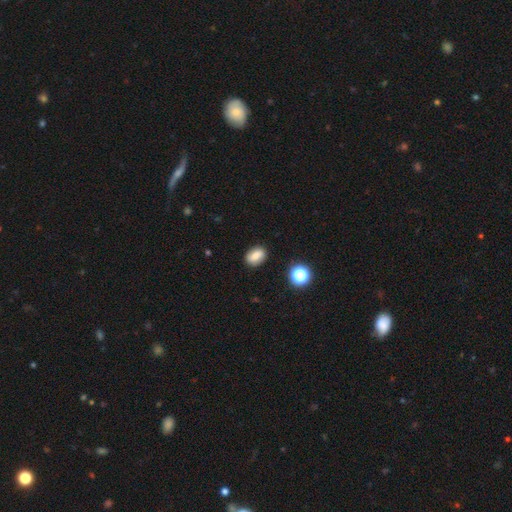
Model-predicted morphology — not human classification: The model was most divided on "how rounded": in between: 77%, round: 21%, cigar-shaped: 2%. More confident: merging — none (86%); smooth or featured — smooth (78%).